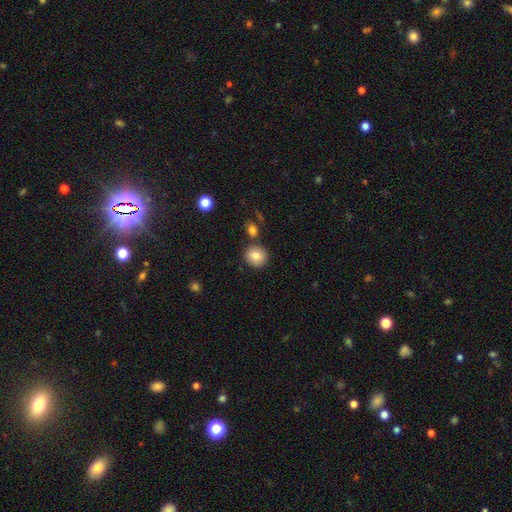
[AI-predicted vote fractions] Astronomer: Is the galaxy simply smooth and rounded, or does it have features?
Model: smooth — 83%.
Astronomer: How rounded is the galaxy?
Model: round — 89%.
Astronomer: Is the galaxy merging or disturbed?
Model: none — 81%.